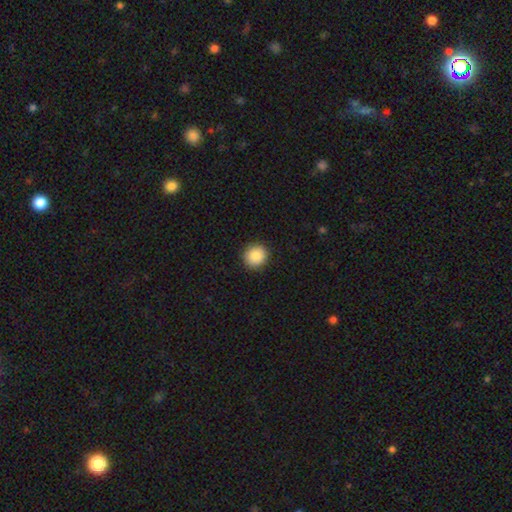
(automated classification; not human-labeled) Smooth or featured: smooth — 88% (star or artifact — 8%)
How rounded: round — 91% (in between — 8%)
Merging: none — 92% (minor disturbance — 6%)